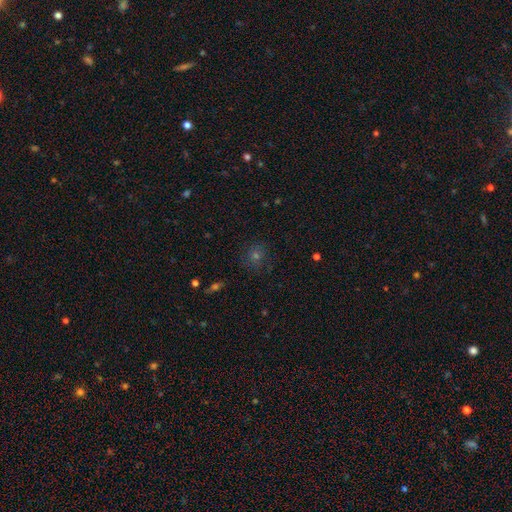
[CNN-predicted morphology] smooth 49%, star or artifact 35%, featured or disk 16%. Down the decision tree: merging — none (84%).